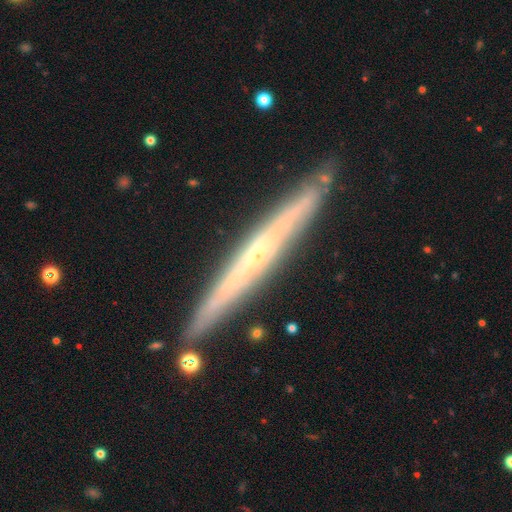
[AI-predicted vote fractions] smooth-or-featured: featured or disk: 75% | smooth: 19% | star or artifact: 6%
  disk-edge-on: yes: 94% | no: 6%
    edge-on-bulge: none: 58% | rounded: 38% | boxy: 5%
  merging: none: 87% | minor disturbance: 9% | merger: 2% | major disturbance: 2%